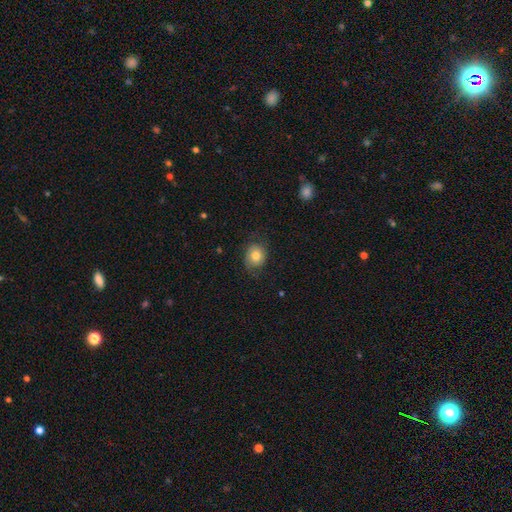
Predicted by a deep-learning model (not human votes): Smooth or featured? smooth (75%)
How rounded? round (61%)
Merging? none (68%)